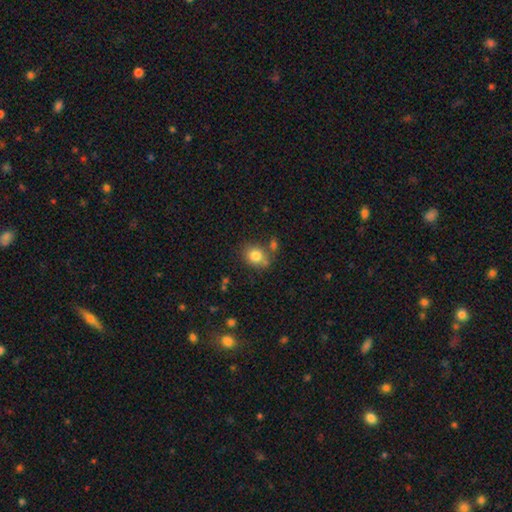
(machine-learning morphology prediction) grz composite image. It shows a smooth galaxy with no disk features (81%) that is round (65%). Merging: none (65%).